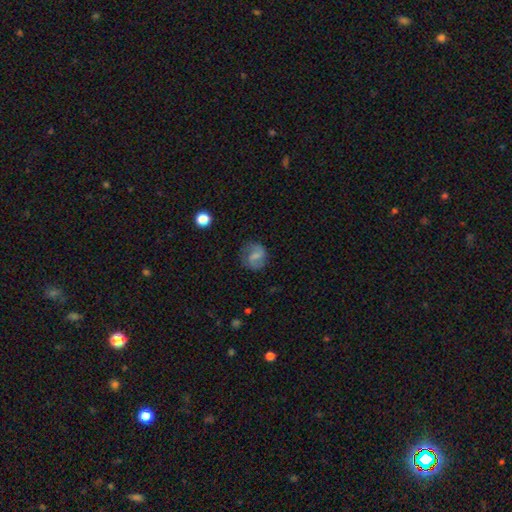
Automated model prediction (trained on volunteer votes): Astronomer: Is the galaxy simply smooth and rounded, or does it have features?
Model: featured or disk — 51% (runner-up: smooth, 40%).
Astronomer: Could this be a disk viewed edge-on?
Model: no — 97%.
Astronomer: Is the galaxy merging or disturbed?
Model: none — 72%.